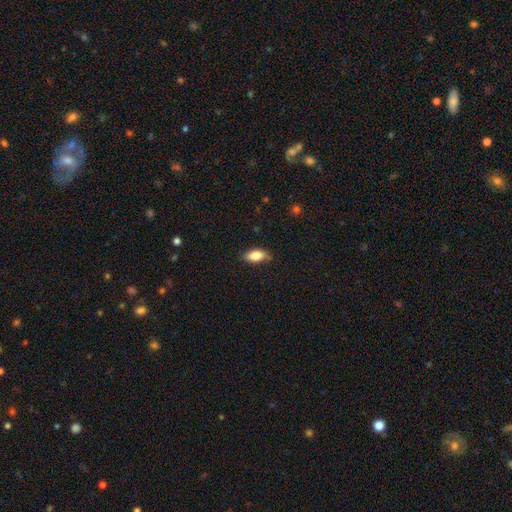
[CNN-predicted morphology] type=smooth (80%); roundness=in between (89%); merging=none (76%).